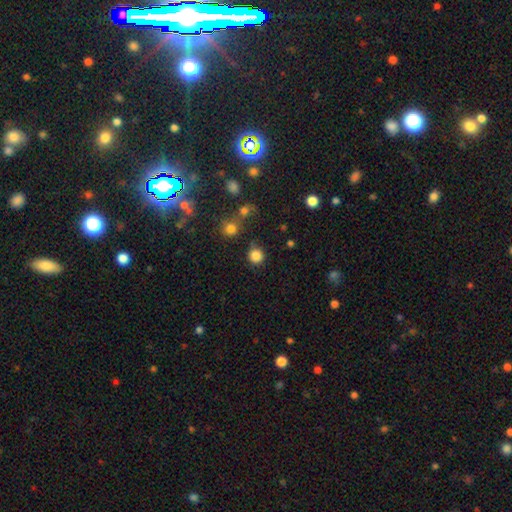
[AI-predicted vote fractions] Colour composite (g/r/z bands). It shows a smooth galaxy with no disk features (84%) that is round (92%). Merging: none (80%).